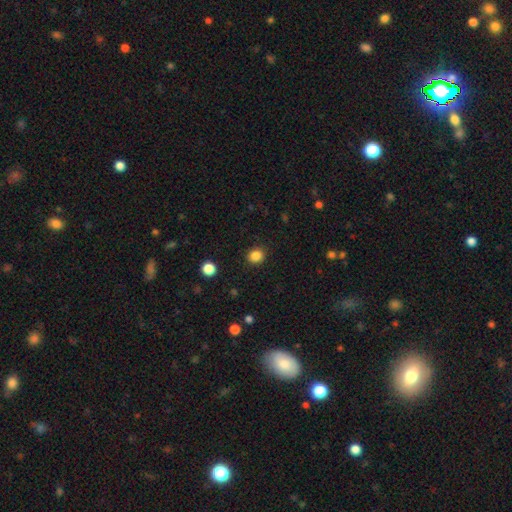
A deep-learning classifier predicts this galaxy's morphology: Smooth or featured? smooth (85%)
How rounded? round (84%)
Merging? none (90%)